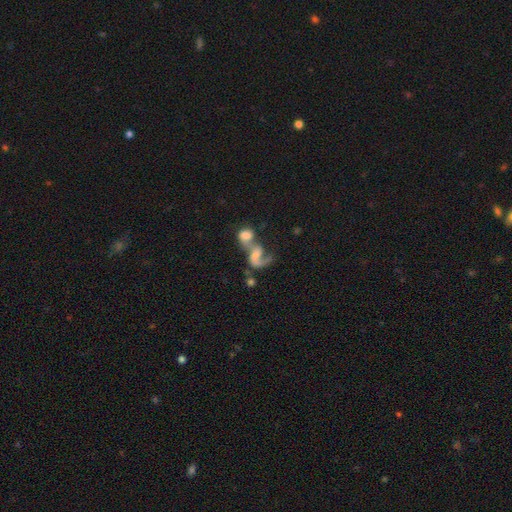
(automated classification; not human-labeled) Morphology: type=featured or disk (61%); edge-on=no (97%); bar=no (56%); spiral arms=yes (79%); bulge=none (34%); merging=merger (70%).